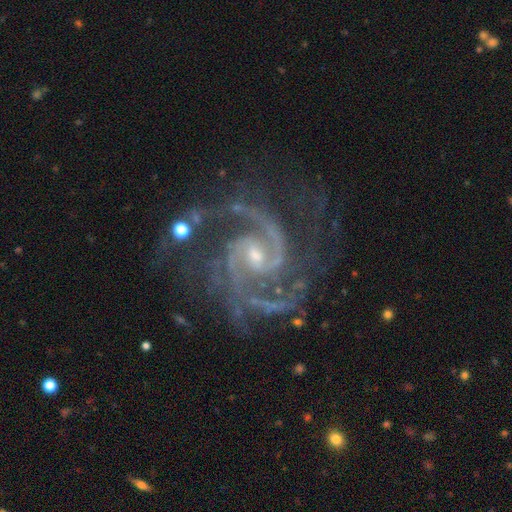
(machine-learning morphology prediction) A featured or disk galaxy (93%) with no bar (43%, tied with weak), 2 (56%) medium (53%) spiral arms (99%) and a small central bulge (67%). Merging: none (67%).